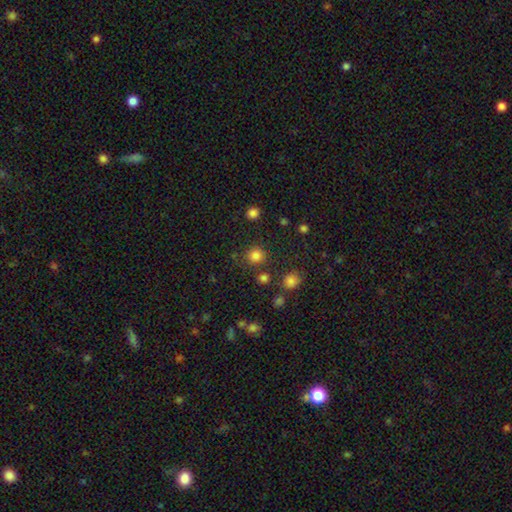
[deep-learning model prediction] A smooth galaxy with no disk features (81%) that is round (90%). Merging: none (82%).